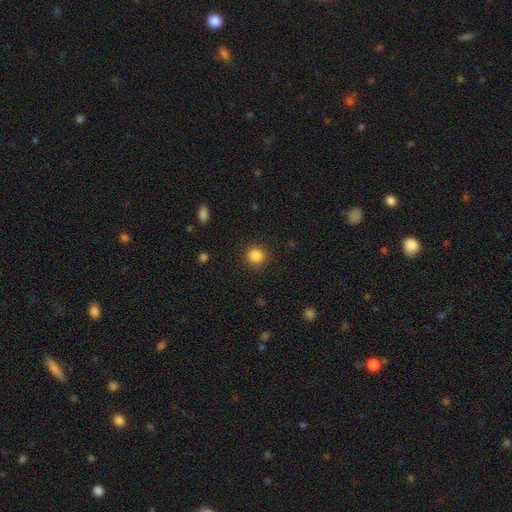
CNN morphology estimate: smooth_or_featured: smooth (p=0.86) [alt: star or artifact p=0.11]
how_rounded: round (p=0.90) [alt: in between p=0.09]
merging: none (p=0.88) [alt: minor disturbance p=0.08]